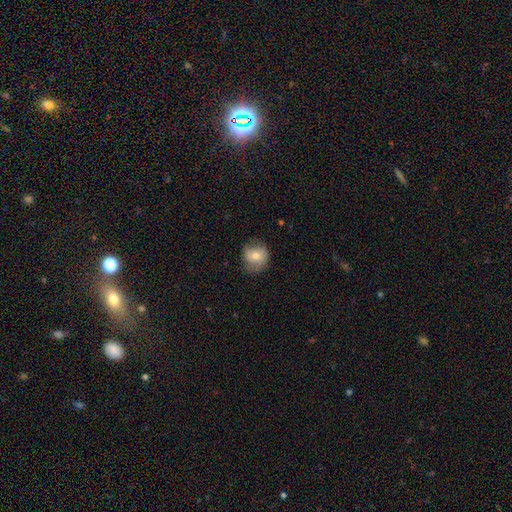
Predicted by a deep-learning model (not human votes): A smooth galaxy with no disk features (70%) that is round (79%). Merging: none (72%).